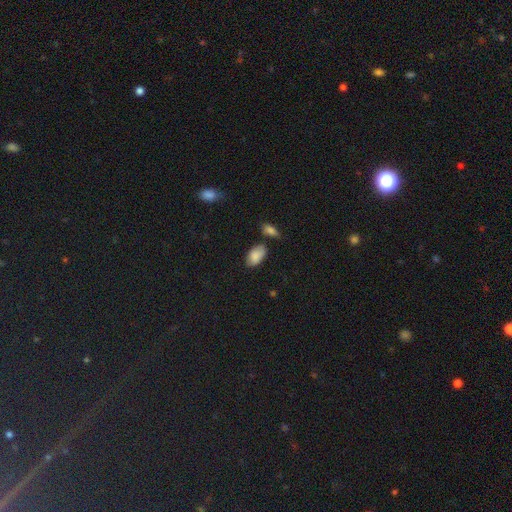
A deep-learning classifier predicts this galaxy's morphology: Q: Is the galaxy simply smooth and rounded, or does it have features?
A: smooth — 86%.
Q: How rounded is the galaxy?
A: in between — 94%.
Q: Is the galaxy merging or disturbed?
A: none — 68%.